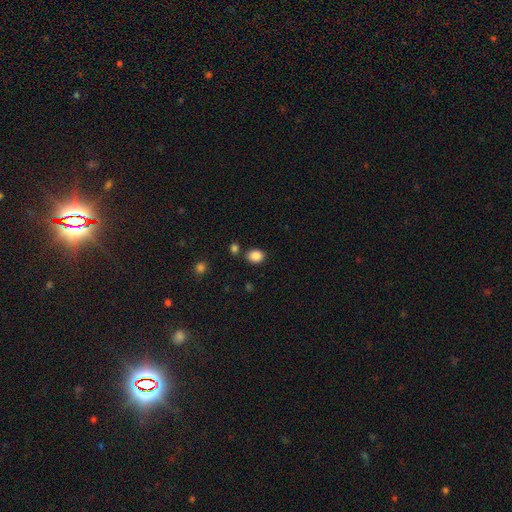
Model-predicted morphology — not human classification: Smooth or featured: smooth — 87% (star or artifact — 9%)
How rounded: in between — 53% (round — 46%)
Merging: none — 78% (minor disturbance — 12%)